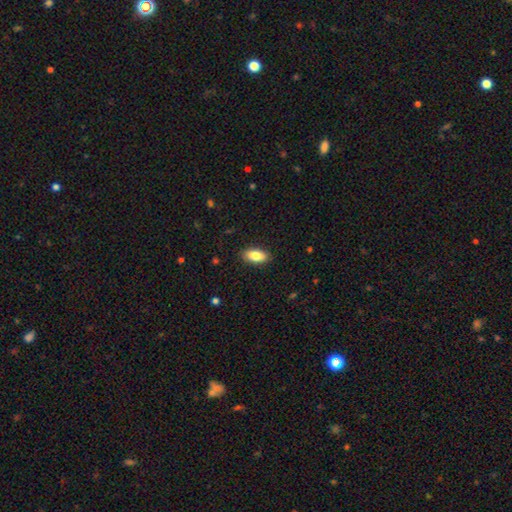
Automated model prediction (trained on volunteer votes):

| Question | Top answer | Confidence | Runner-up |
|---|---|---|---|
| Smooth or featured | smooth | 84% | featured or disk (10%) |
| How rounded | in between | 91% | cigar-shaped (6%) |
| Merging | none | 89% | minor disturbance (8%) |